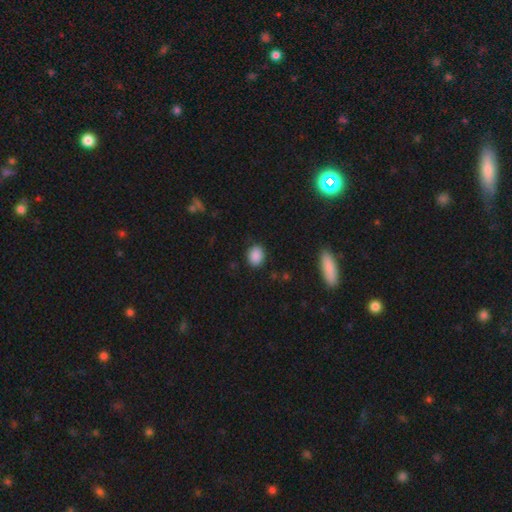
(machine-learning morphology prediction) type=smooth (87%); roundness=round (53%); merging=none (87%).